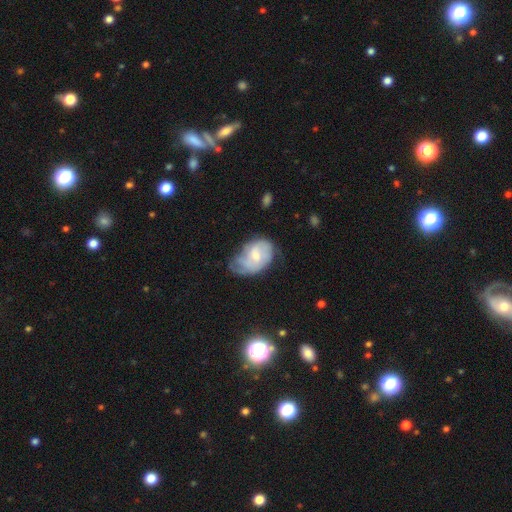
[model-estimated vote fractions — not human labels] Q: Smooth or featured?
A: featured or disk (53%); runner-up: smooth (40%)
Q: Edge-on disk?
A: no (96%); runner-up: yes (4%)
Q: Bar?
A: no (56%); runner-up: weak (38%)
Q: Spiral arms?
A: yes (73%); runner-up: no (27%)
Q: Bulge size?
A: moderate (48%); runner-up: small (43%)
Q: Merging?
A: minor disturbance (38%); runner-up: none (36%)